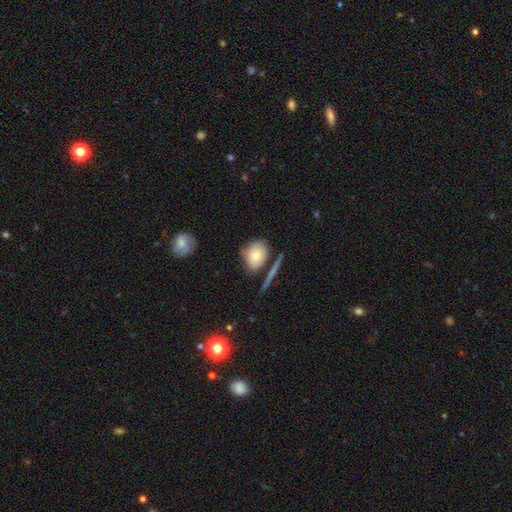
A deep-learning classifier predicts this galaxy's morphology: This is likely a smooth galaxy (75%). How rounded: possibly in between (52%). Merging: possibly none (60%).